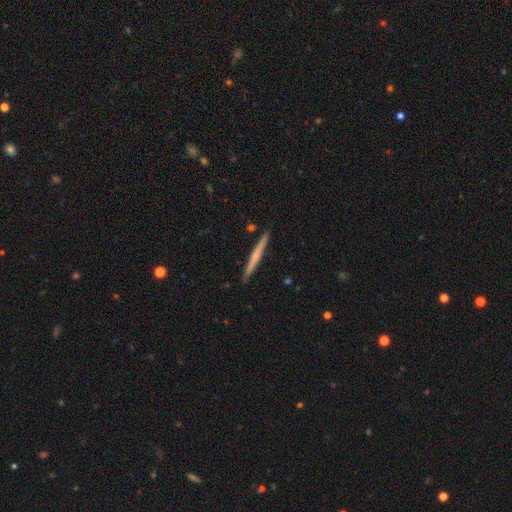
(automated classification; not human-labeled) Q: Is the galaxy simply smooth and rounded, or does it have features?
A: featured or disk — 56%.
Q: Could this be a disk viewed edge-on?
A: yes — 98%.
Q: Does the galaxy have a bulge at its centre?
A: none — 52%.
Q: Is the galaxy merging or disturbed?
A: none — 91%.